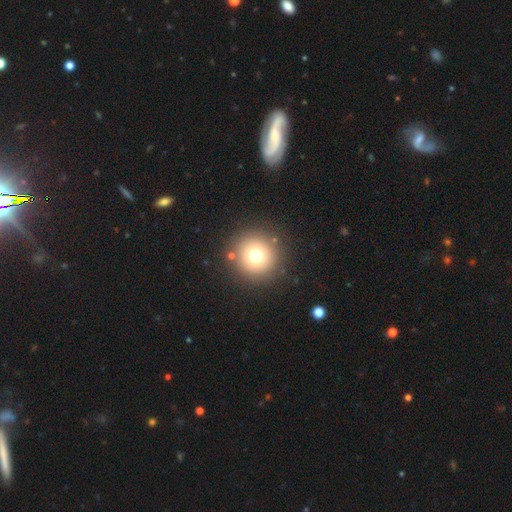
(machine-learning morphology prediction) Q: Smooth or featured?
A: smooth (72%); runner-up: star or artifact (14%)
Q: How rounded?
A: round (96%); runner-up: in between (3%)
Q: Merging?
A: none (87%); runner-up: minor disturbance (7%)